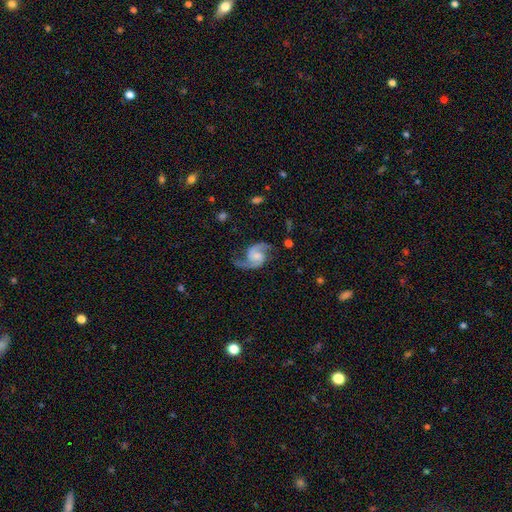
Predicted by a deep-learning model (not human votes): Smooth or featured? featured or disk (90%)
Edge-on disk? no (98%)
Bar? no (53%)
Spiral arms? yes (98%)
Spiral winding? medium (48%)
Spiral arm count? 2 (94%)
Bulge size? small (36%)
Merging? none (73%)